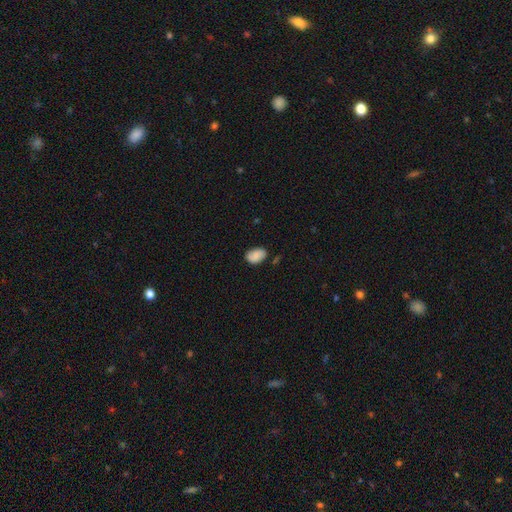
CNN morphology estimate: Smooth or featured?
  - smooth: 81% *
  - featured or disk: 11%
  - star or artifact: 8%
How rounded?
  - in between: 86% *
  - round: 13%
  - cigar-shaped: 1%
Merging?
  - none: 70% *
  - minor disturbance: 23%
  - major disturbance: 4%
  - merger: 3%